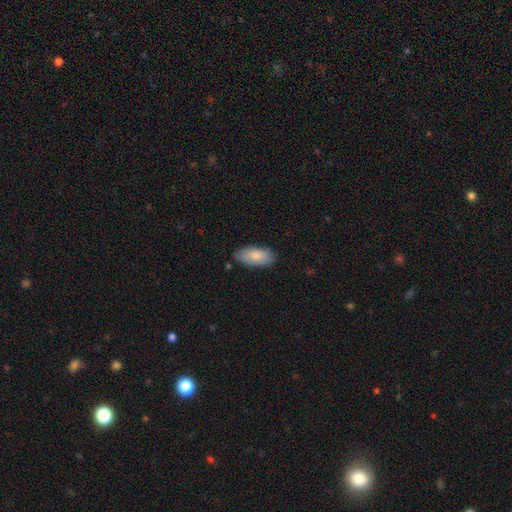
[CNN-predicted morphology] Smooth or featured: smooth — 83% (featured or disk — 12%)
How rounded: in between — 91% (cigar-shaped — 7%)
Merging: none — 82% (minor disturbance — 14%)